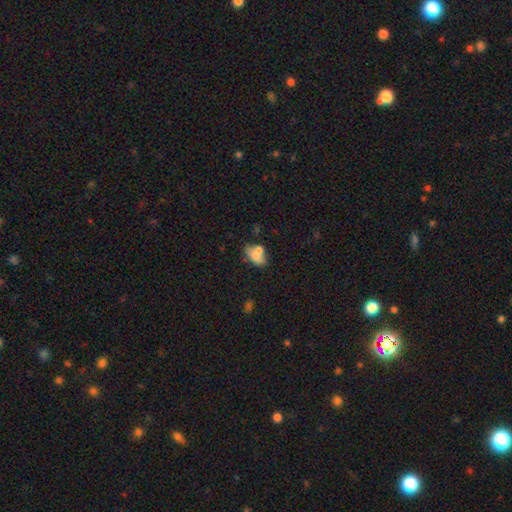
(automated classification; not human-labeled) Smooth or featured? smooth (68%)
How rounded? in between (84%)
Merging? none (41%)